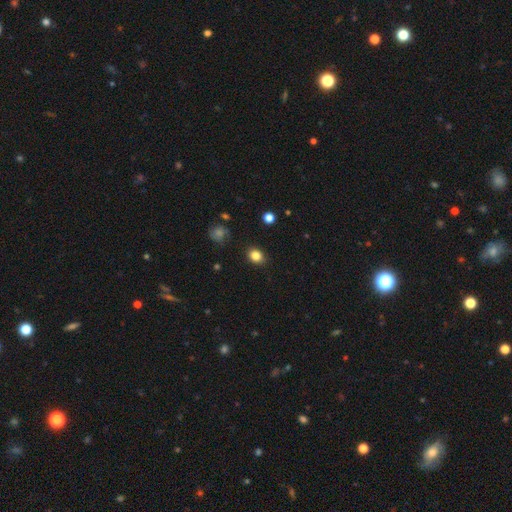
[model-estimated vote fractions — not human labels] A smooth galaxy with no disk features (84%) that is round (51%).

Vote fractions:
- Smooth or featured? smooth: 84% / star or artifact: 11% / featured or disk: 5%
- How rounded? round: 51% / in between: 48% / cigar-shaped: 1%
- Merging? none: 88% / minor disturbance: 8% / major disturbance: 2% / merger: 1%